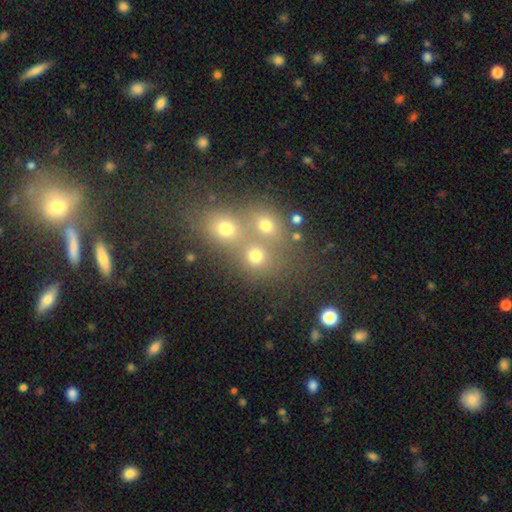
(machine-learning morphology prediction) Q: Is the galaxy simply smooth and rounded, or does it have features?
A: smooth — 71%.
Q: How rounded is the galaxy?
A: round — 79%.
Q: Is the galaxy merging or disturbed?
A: merger — 52%.